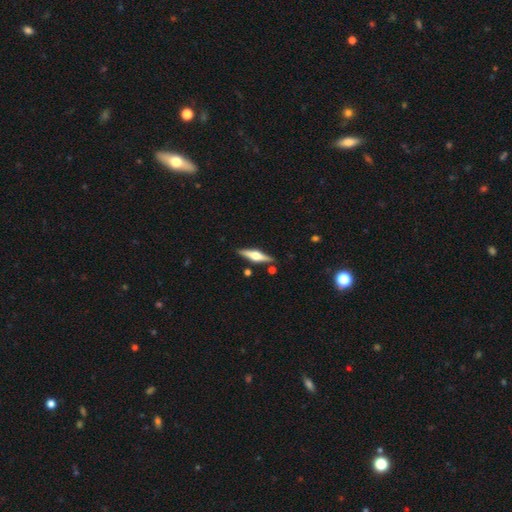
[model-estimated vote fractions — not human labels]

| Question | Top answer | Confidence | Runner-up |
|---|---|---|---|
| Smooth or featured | featured or disk | 69% | smooth (25%) |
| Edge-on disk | yes | 97% | no (3%) |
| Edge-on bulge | rounded | 93% | boxy (5%) |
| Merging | none | 85% | minor disturbance (9%) |